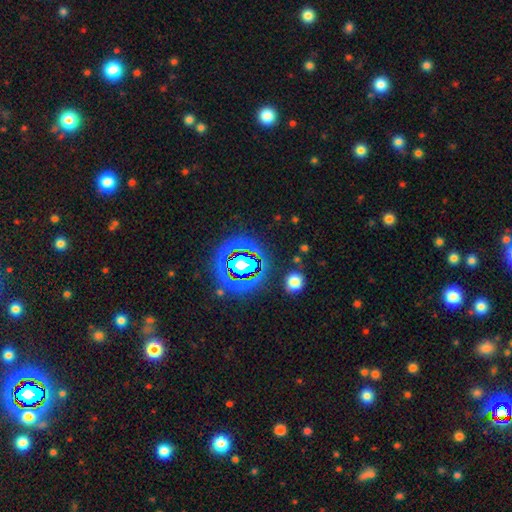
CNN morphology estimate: A star or artifact, not a galaxy (77%).